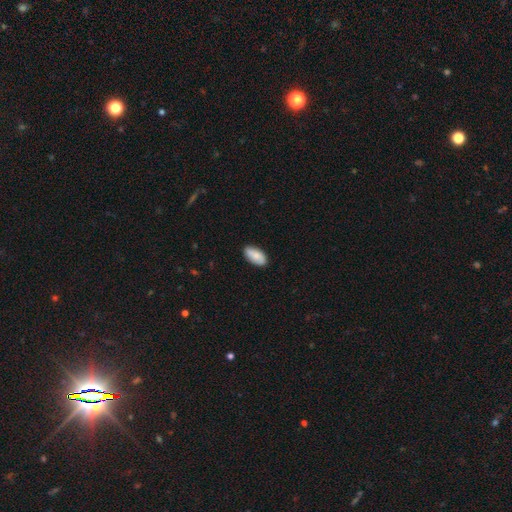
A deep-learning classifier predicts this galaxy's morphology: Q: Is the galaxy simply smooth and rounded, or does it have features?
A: smooth — 77%.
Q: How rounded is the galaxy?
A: in between — 93%.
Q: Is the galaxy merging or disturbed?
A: none — 85%.